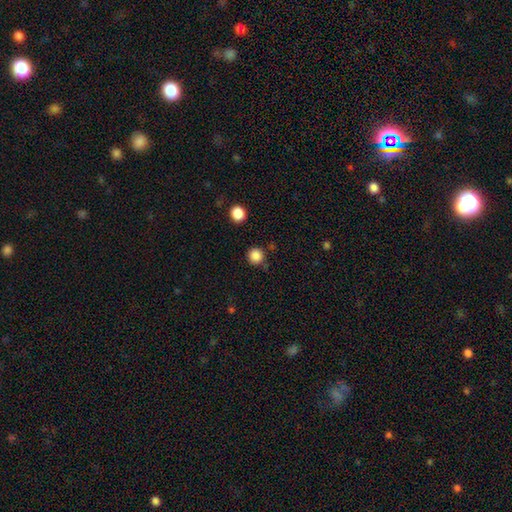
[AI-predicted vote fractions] Overall: smooth (85%). How rounded: round (94%). Merging: none (84%).